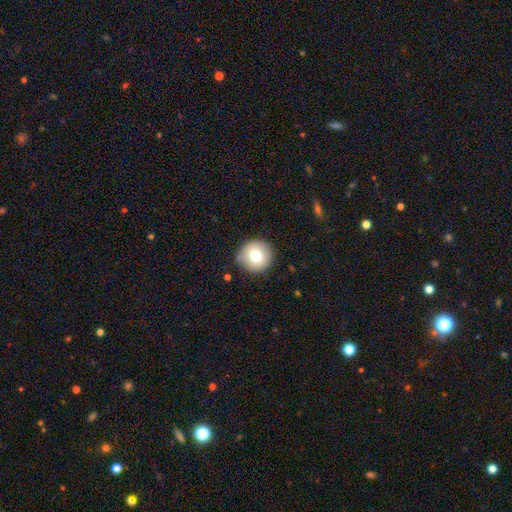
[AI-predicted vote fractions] This appears to be a smooth galaxy with no disk features (76%) that is round (95%). Merging: none (84%).